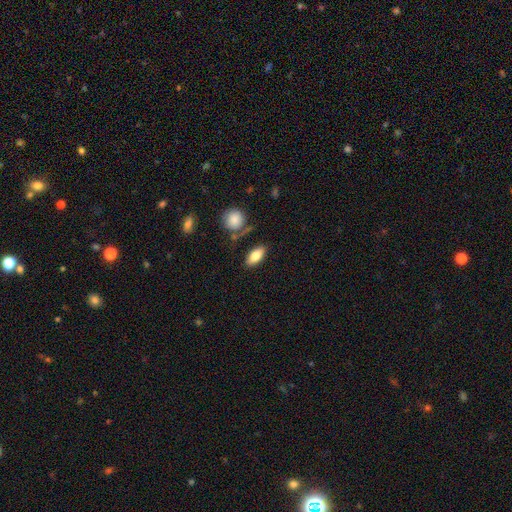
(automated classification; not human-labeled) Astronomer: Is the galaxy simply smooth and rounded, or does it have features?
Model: smooth — 78%.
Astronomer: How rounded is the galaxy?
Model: in between — 85%.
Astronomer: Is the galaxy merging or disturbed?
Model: none — 80%.